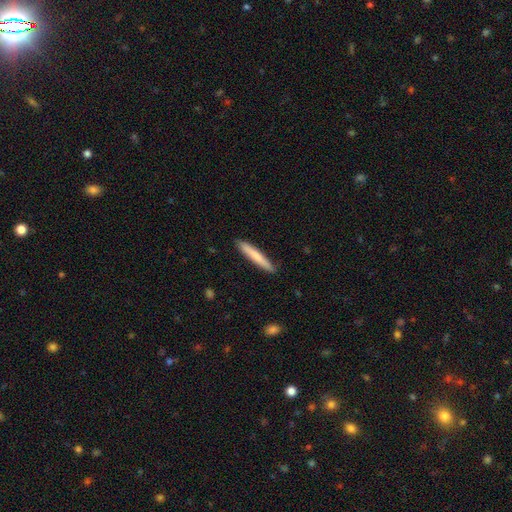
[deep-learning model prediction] A smooth galaxy with no disk features (73%) that is cigar-shaped (95%). Merging: none (91%).